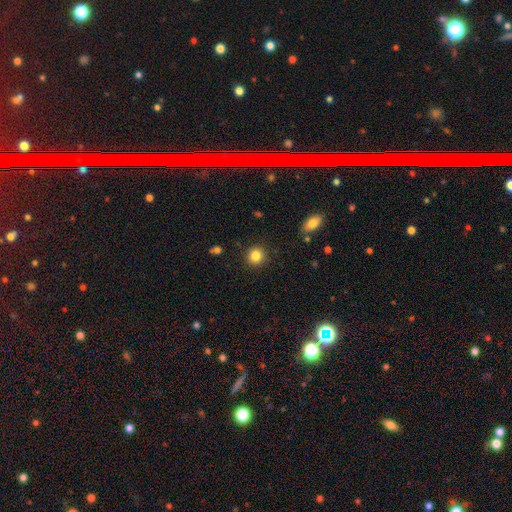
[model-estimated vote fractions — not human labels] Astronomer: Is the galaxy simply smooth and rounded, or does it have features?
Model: smooth — 84%.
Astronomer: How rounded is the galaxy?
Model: round — 90%.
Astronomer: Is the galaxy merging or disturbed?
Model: none — 90%.